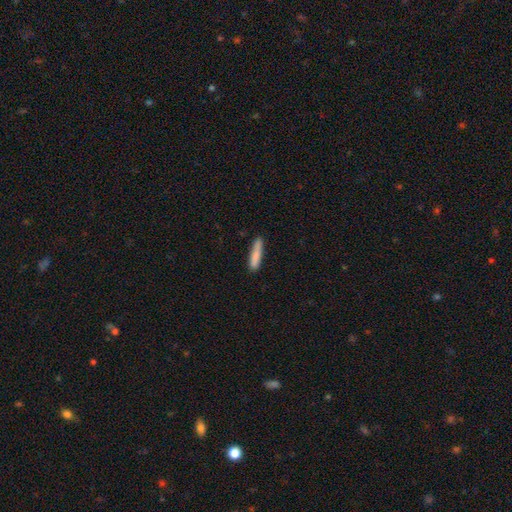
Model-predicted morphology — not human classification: Overall: smooth (85%). How rounded: cigar-shaped (86%). Merging: none (83%).